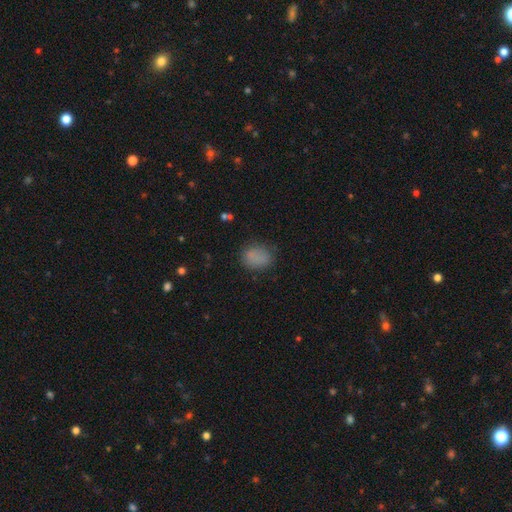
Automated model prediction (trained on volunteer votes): Smooth or featured: smooth — 80% (star or artifact — 14%)
How rounded: in between — 63% (round — 36%)
Merging: none — 78% (minor disturbance — 15%)